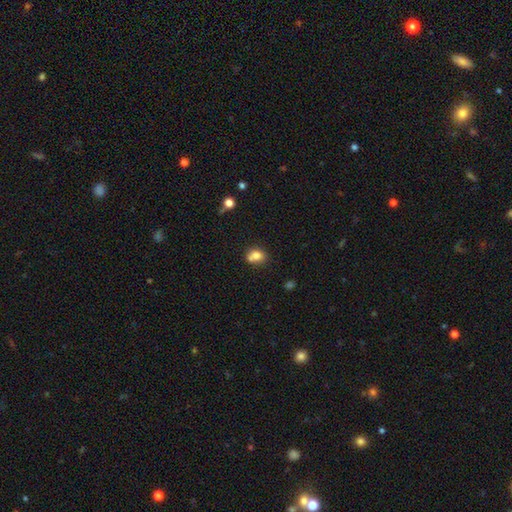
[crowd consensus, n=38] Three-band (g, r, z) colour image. It shows a smooth galaxy with no disk features (84%) that is round (50%, tied with in between). Merging: none (53%).